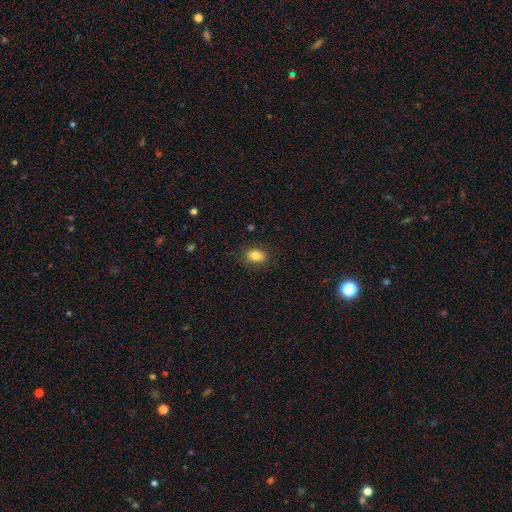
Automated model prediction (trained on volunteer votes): The model was most divided on "how rounded": in between: 74%, round: 24%, cigar-shaped: 1%. More confident: merging — none (84%); smooth or featured — smooth (81%).